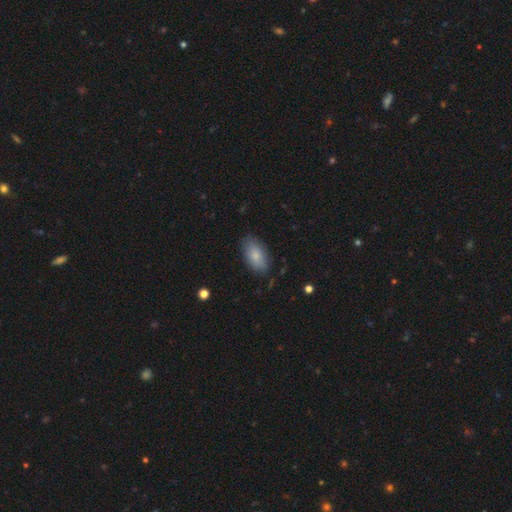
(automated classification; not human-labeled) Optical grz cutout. It shows a smooth galaxy with no disk features (81%) that is in between round and cigar-shaped (93%). Merging: none (81%).